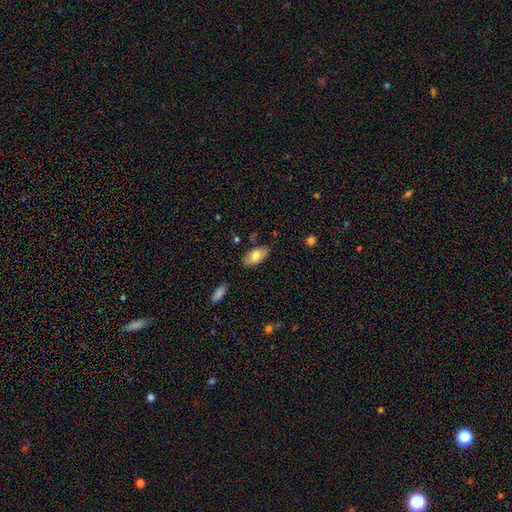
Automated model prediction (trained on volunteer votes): Smooth or featured?
  - smooth: 77% *
  - featured or disk: 17%
  - star or artifact: 6%
How rounded?
  - in between: 93% *
  - cigar-shaped: 5%
  - round: 3%
Merging?
  - none: 79% *
  - minor disturbance: 16%
  - merger: 3%
  - major disturbance: 3%